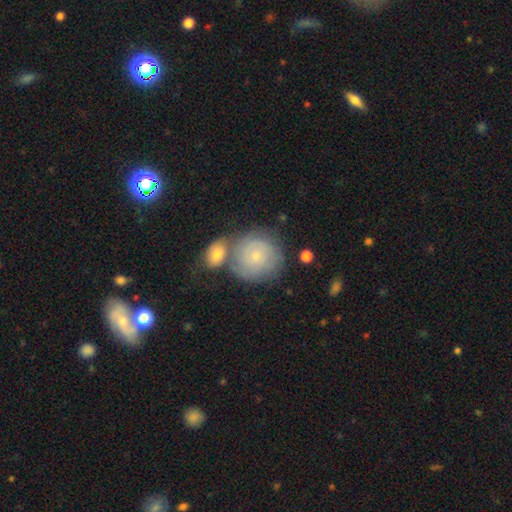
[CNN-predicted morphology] type=featured or disk (50%); merging=none (51%).